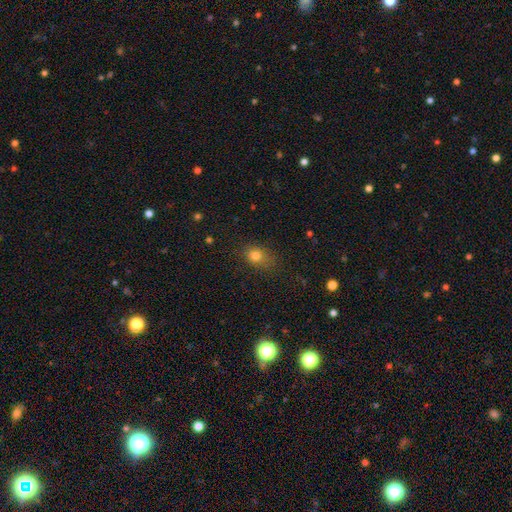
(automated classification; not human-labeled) Morphology: type=smooth (78%); roundness=in between (61%); merging=none (70%).